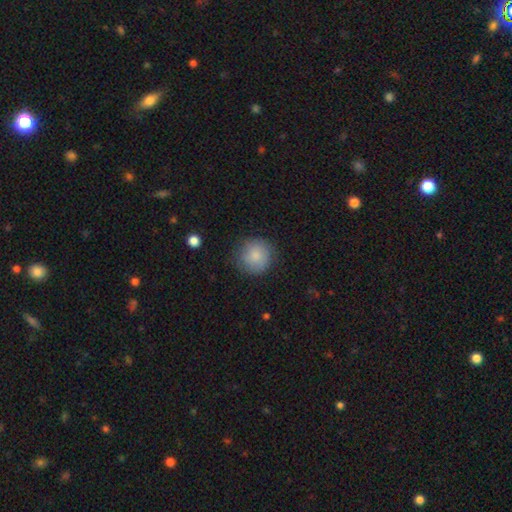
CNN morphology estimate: Q: Smooth or featured?
A: smooth (83%); runner-up: featured or disk (10%)
Q: How rounded?
A: round (93%); runner-up: in between (6%)
Q: Merging?
A: none (79%); runner-up: minor disturbance (16%)